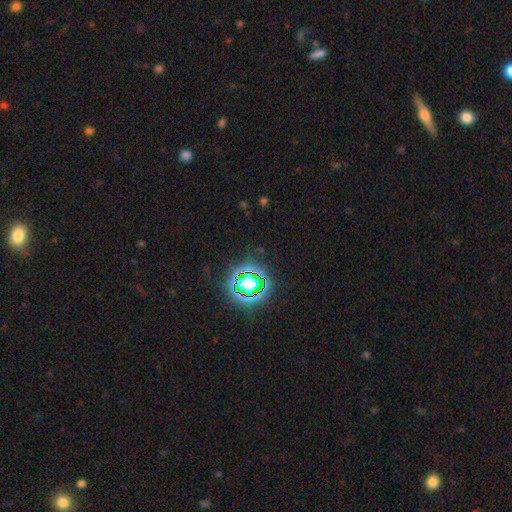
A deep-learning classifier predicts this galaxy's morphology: Smooth or featured?
  - star or artifact: 78% *
  - smooth: 15%
  - featured or disk: 7%